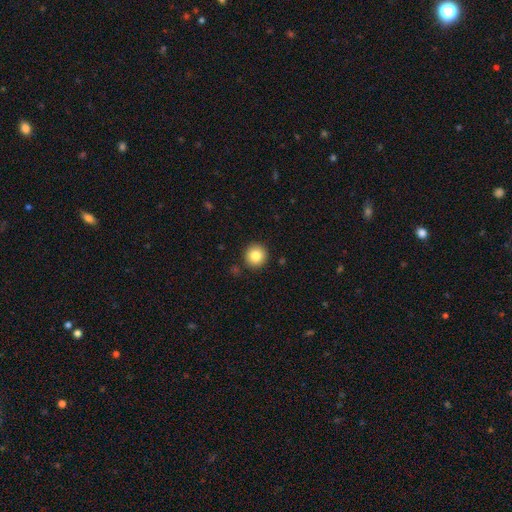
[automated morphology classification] Smooth or featured: smooth — 83% (star or artifact — 9%)
How rounded: round — 94% (in between — 5%)
Merging: none — 90% (minor disturbance — 6%)